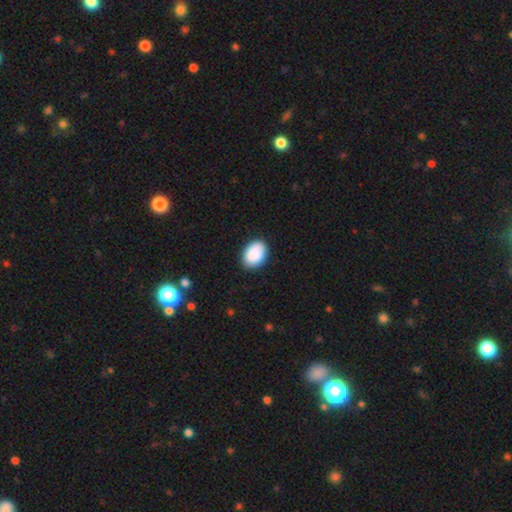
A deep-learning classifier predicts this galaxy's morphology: Overall: smooth (90%). How rounded: in between (84%). Merging: none (86%).